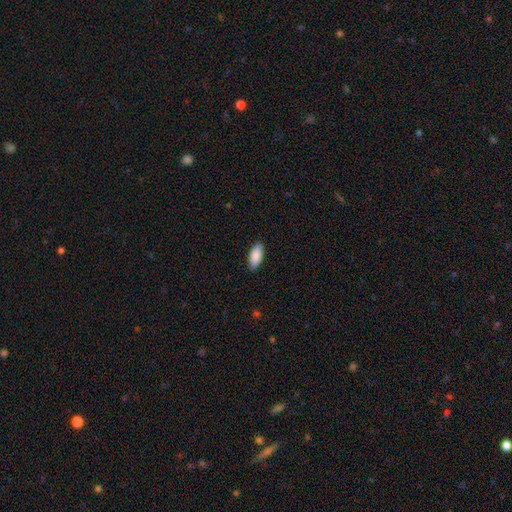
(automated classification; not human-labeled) The model was most divided on "how rounded": in between: 89%, cigar-shaped: 10%, round: 2%. More confident: smooth or featured — smooth (90%); merging — none (89%).